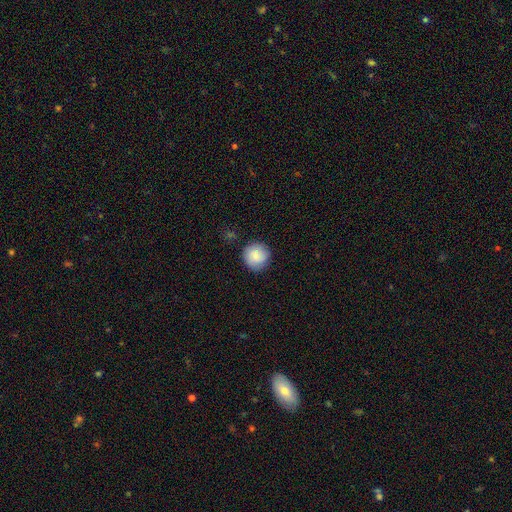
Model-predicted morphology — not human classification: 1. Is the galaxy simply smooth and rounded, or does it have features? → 85% smooth, 8% featured or disk, 7% star or artifact.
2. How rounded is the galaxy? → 94% round, 5% in between, 1% cigar-shaped.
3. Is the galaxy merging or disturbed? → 87% none, 10% minor disturbance, 2% major disturbance, 1% merger.